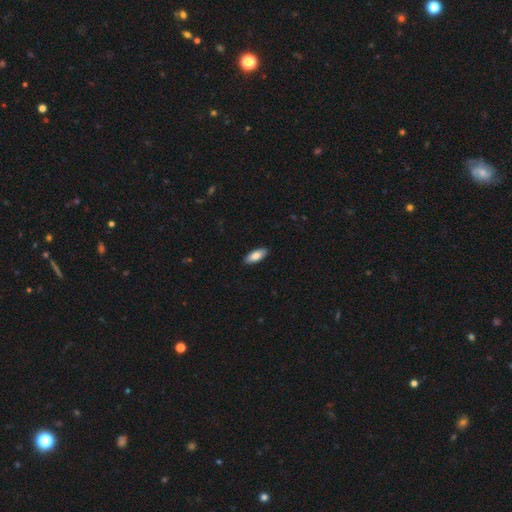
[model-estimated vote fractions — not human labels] smooth_or_featured: smooth (p=0.81) [alt: featured or disk p=0.13]
how_rounded: in between (p=0.83) [alt: cigar-shaped p=0.16]
merging: none (p=0.90) [alt: minor disturbance p=0.08]